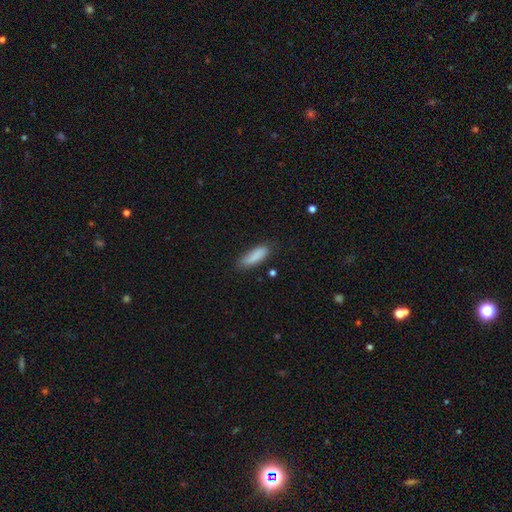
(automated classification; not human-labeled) smooth_or_featured: smooth (p=0.86) [alt: featured or disk p=0.07]
how_rounded: in between (p=0.53) [alt: cigar-shaped p=0.45]
merging: none (p=0.75) [alt: minor disturbance p=0.19]